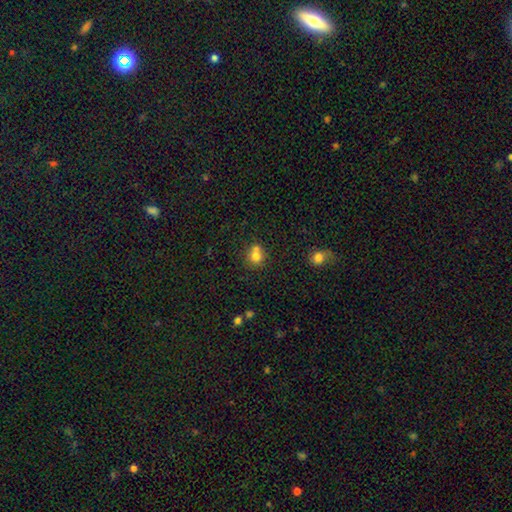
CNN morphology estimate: This appears to be a smooth galaxy with no disk features (75%) that is round (83%). Merging: none (44%, tied with merger).